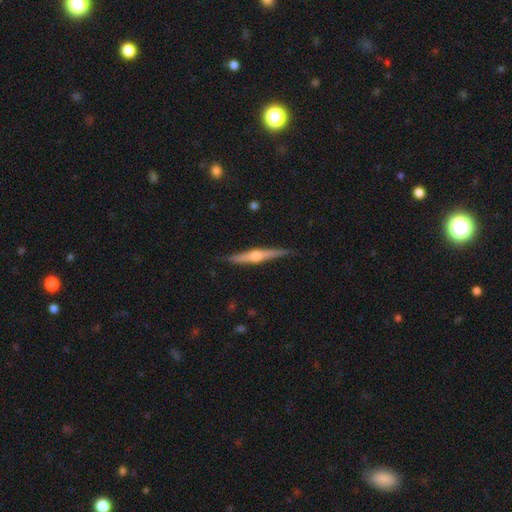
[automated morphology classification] Overall: featured or disk (75%). Edge-on disk: yes (98%). Edge-on bulge: rounded (91%). Merging: none (86%).